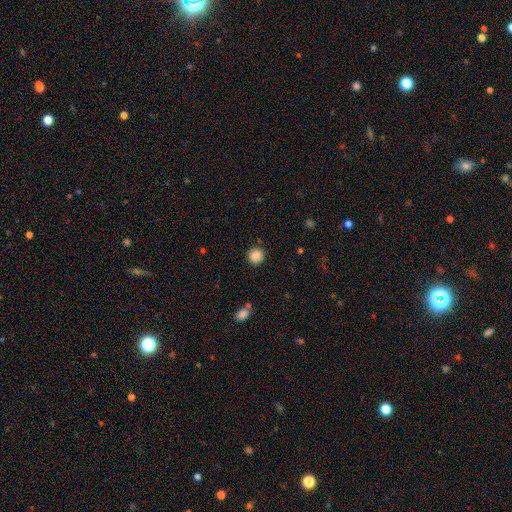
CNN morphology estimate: A smooth galaxy with no disk features (87%) that is round (90%).

Vote fractions:
- Smooth or featured? smooth: 87% / star or artifact: 9% / featured or disk: 4%
- How rounded? round: 90% / in between: 9% / cigar-shaped: 1%
- Merging? none: 86% / minor disturbance: 9% / major disturbance: 3% / merger: 2%